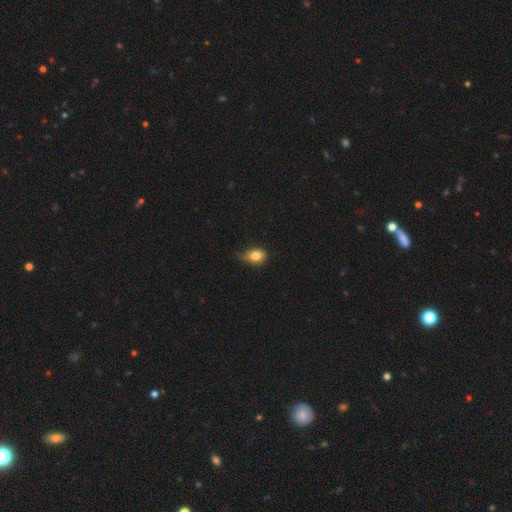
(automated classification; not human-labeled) Smooth or featured? smooth (82%)
How rounded? in between (74%)
Merging? none (46%)